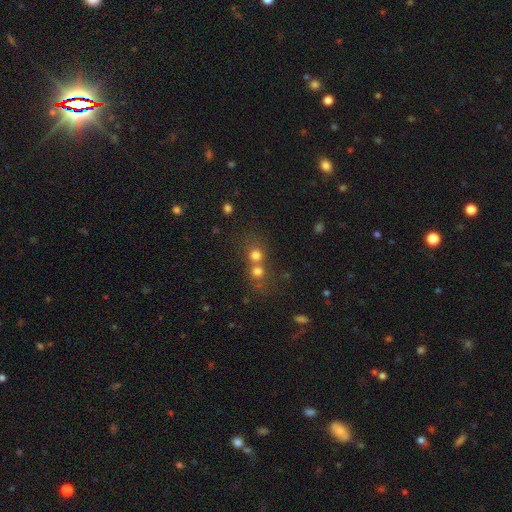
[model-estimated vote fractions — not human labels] Overall: smooth (72%). How rounded: round (84%). Merging: merger (53%; none 38%).